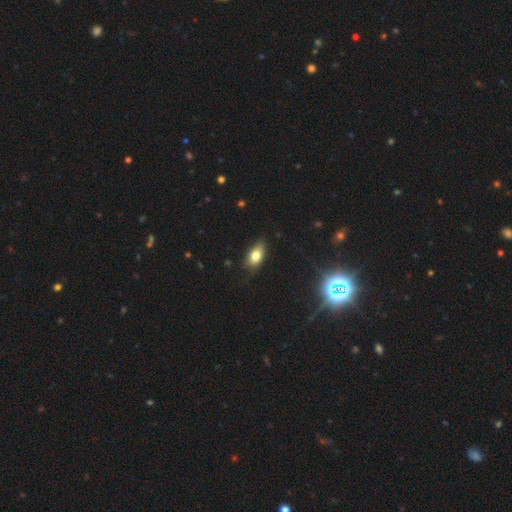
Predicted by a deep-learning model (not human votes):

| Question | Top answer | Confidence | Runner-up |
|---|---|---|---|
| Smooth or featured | smooth | 77% | featured or disk (13%) |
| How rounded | in between | 88% | round (7%) |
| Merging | none | 73% | minor disturbance (21%) |